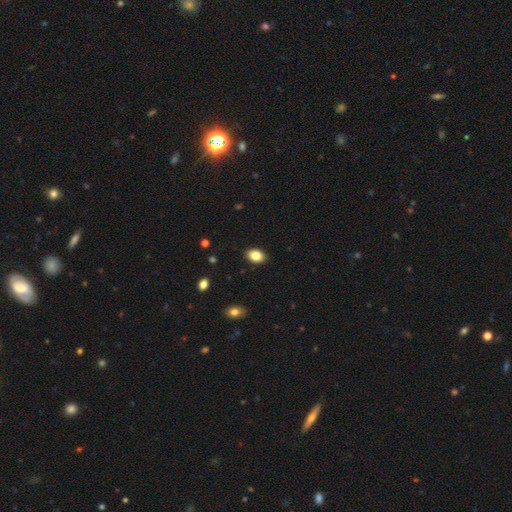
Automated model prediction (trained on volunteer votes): Smooth or featured? smooth (85%)
How rounded? in between (82%)
Merging? none (88%)